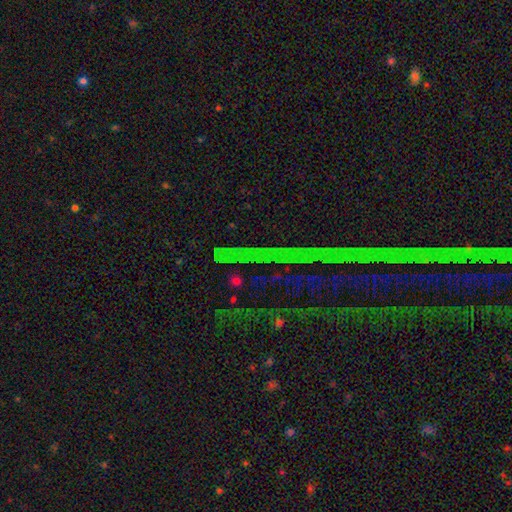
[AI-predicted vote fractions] star or artifact 80%, featured or disk 11%, smooth 10%.